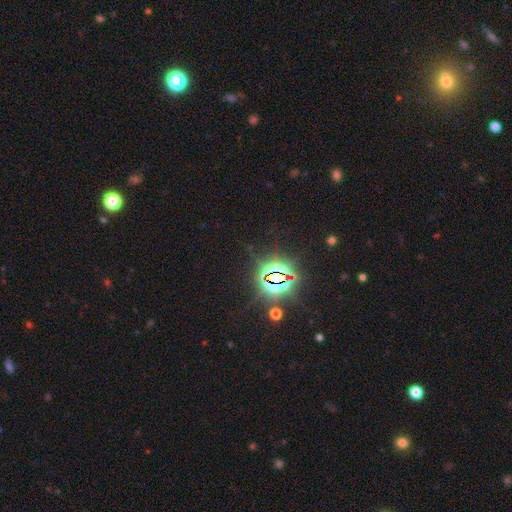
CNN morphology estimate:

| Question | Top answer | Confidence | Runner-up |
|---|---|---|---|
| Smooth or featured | star or artifact | 83% | smooth (10%) |